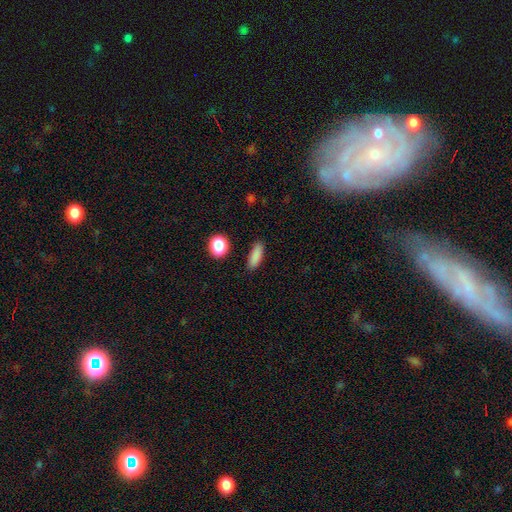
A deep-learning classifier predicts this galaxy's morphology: A smooth galaxy with no disk features (85%) that is in between round and cigar-shaped (56%).

Vote fractions:
- Smooth or featured? smooth: 85% / star or artifact: 10% / featured or disk: 5%
- How rounded? in between: 56% / cigar-shaped: 39% / round: 5%
- Merging? none: 85% / minor disturbance: 10% / major disturbance: 3% / merger: 2%